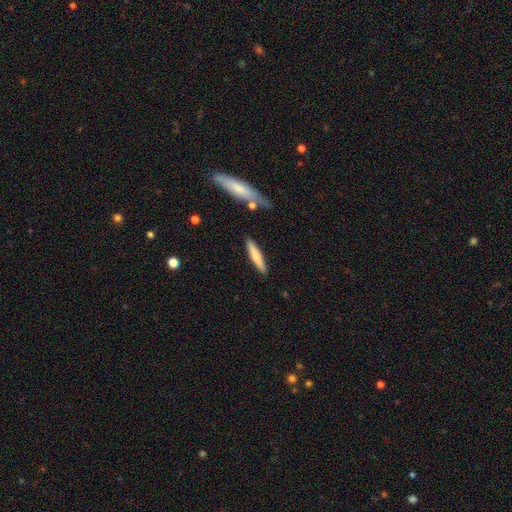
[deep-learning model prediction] Smooth or featured? Predicted: smooth (p=0.71). How rounded? Predicted: cigar-shaped (p=0.88). Merging? Predicted: none (p=0.86).